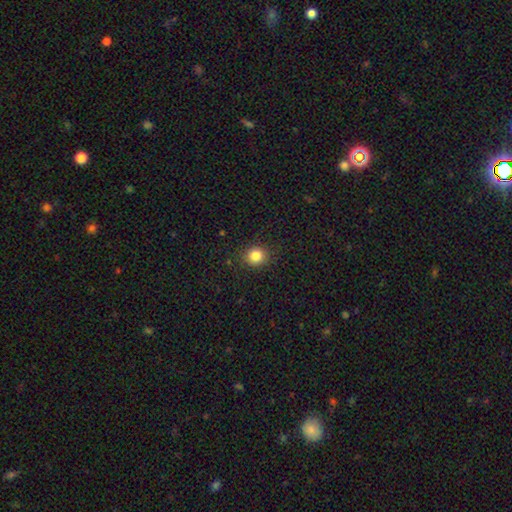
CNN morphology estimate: type=smooth (83%); roundness=round (87%); merging=none (89%).